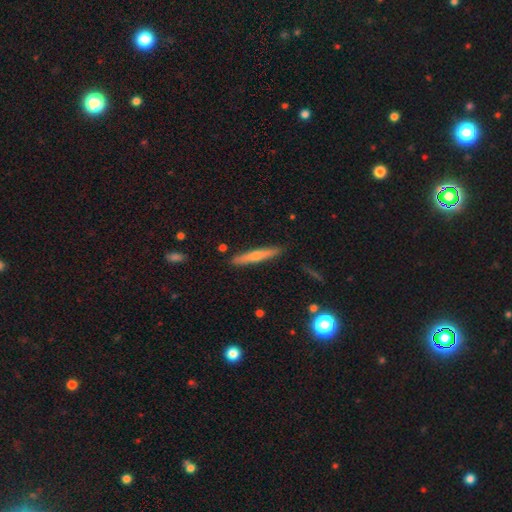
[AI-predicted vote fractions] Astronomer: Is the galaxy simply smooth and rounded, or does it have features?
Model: featured or disk — 47% (runner-up: smooth, 46%).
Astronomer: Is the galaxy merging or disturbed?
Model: none — 89%.